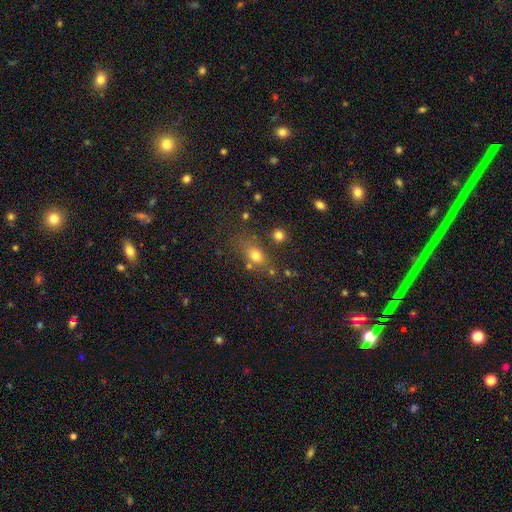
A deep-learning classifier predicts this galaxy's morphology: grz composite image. It shows a smooth galaxy with no disk features (72%) that is in between round and cigar-shaped (62%). Merging: none (64%).